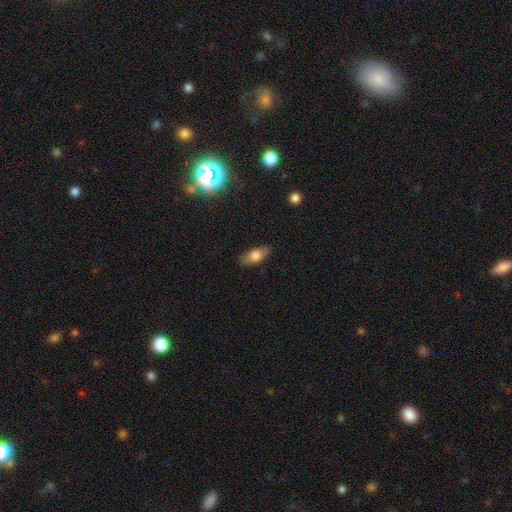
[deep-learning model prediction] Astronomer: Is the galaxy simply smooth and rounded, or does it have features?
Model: smooth — 75%.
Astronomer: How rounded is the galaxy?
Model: in between — 85%.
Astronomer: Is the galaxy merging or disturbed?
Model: none — 85%.